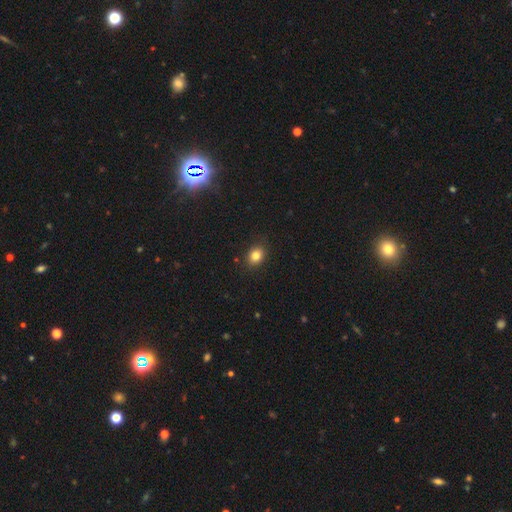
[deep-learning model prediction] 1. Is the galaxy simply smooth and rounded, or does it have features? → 82% smooth, 11% star or artifact, 6% featured or disk.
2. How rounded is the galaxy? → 51% in between, 48% round, 1% cigar-shaped.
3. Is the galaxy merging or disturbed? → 87% none, 10% minor disturbance, 2% major disturbance, 1% merger.